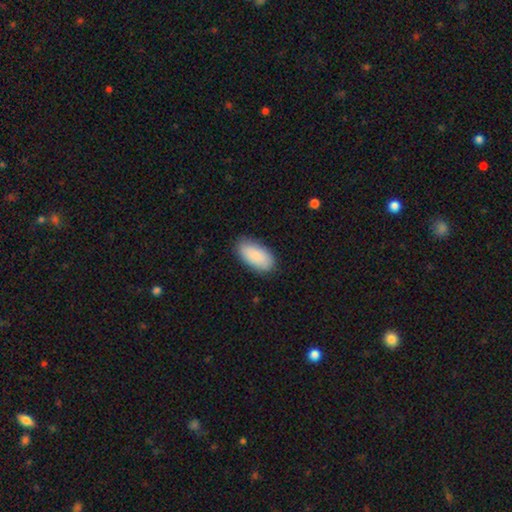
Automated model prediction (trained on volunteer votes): Smooth or featured: smooth — 87% (featured or disk — 7%)
How rounded: in between — 94% (cigar-shaped — 4%)
Merging: none — 86% (minor disturbance — 11%)